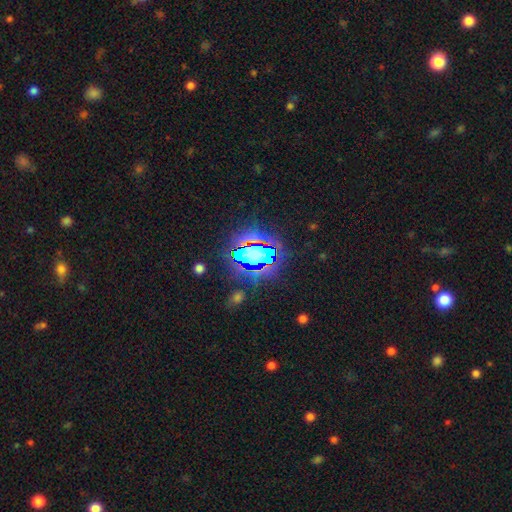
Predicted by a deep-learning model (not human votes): star or artifact 57%, smooth 26%, featured or disk 17%.